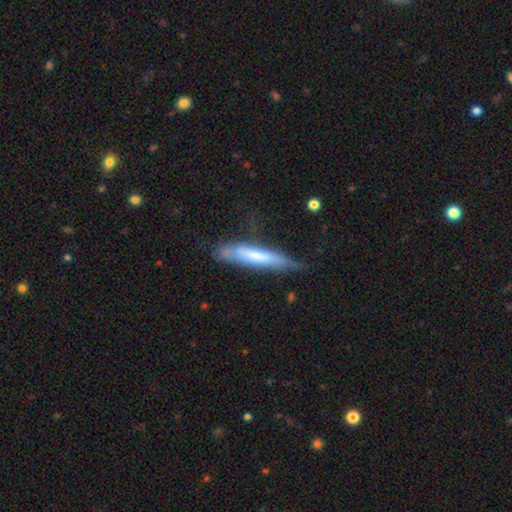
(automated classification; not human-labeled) Morphology: type=smooth (54%); roundness=cigar-shaped (90%); merging=none (57%).